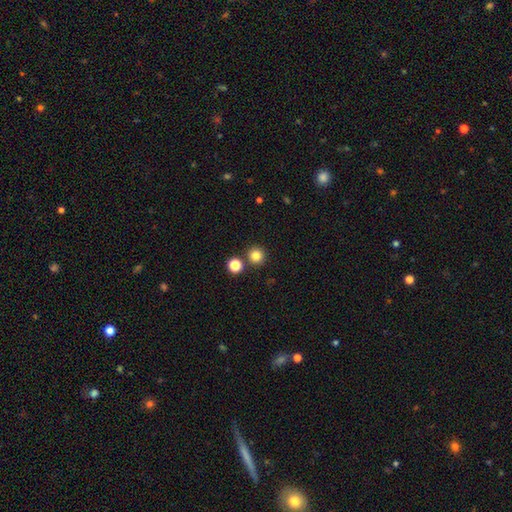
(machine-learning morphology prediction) This is clearly a smooth galaxy (83%). How rounded: clearly round (95%). Merging: clearly none (84%).